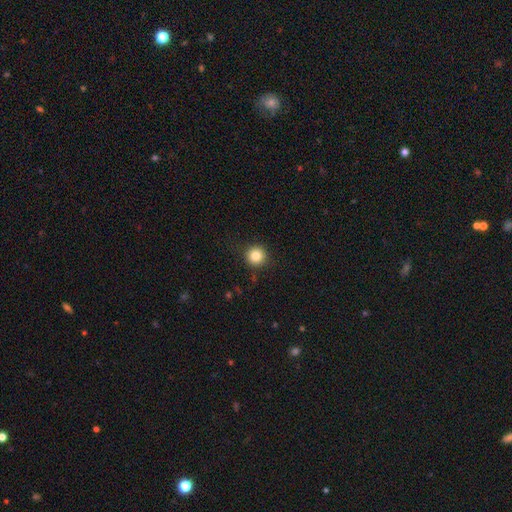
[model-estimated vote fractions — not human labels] smooth_or_featured: smooth (p=0.84) [alt: star or artifact p=0.11]
how_rounded: round (p=0.94) [alt: in between p=0.05]
merging: none (p=0.90) [alt: minor disturbance p=0.07]